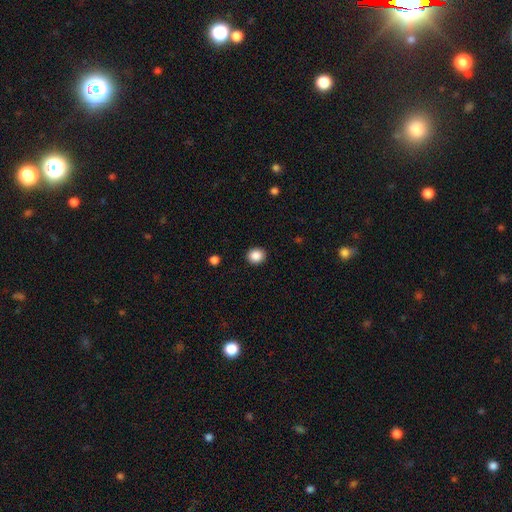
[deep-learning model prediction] Smooth or featured? smooth (88%)
How rounded? round (78%)
Merging? none (91%)